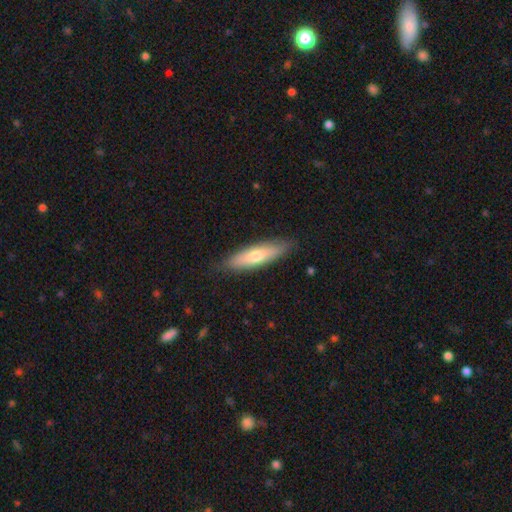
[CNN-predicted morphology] Q: Smooth or featured?
A: smooth (65%); runner-up: featured or disk (29%)
Q: How rounded?
A: cigar-shaped (64%); runner-up: in between (34%)
Q: Merging?
A: none (85%); runner-up: minor disturbance (12%)